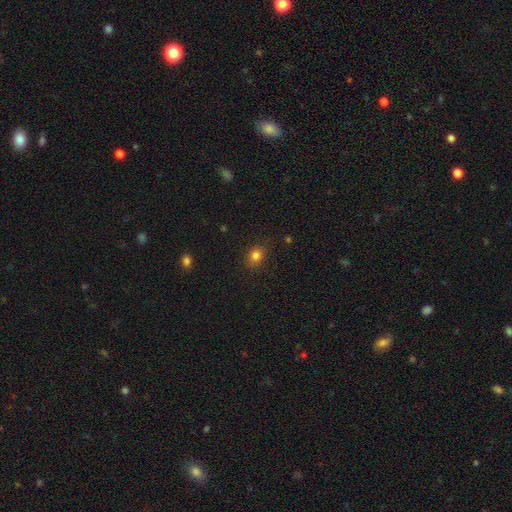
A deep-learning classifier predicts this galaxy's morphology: Overall: smooth (82%). How rounded: round (57%; in between 42%). Merging: none (85%).